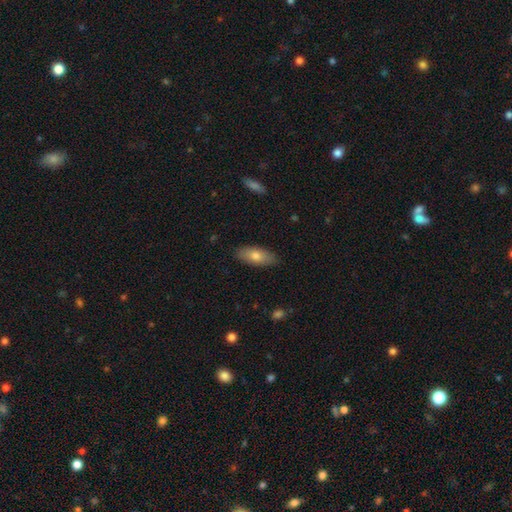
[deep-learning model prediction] Overall: smooth (74%). How rounded: in between (79%). Merging: none (87%).